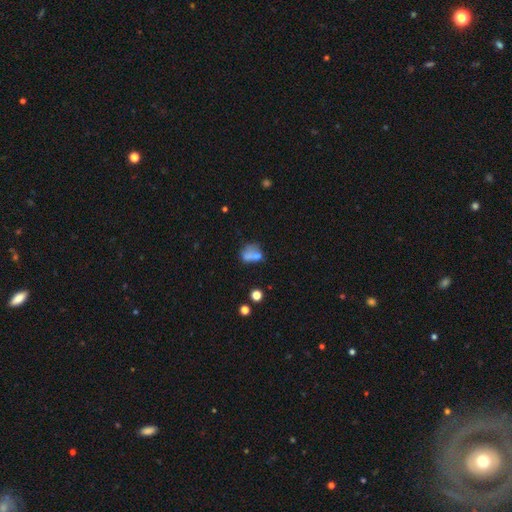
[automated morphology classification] Smooth or featured? Predicted: smooth (p=0.59). How rounded? Predicted: in between (p=0.58). Merging? Predicted: merger (p=0.35).